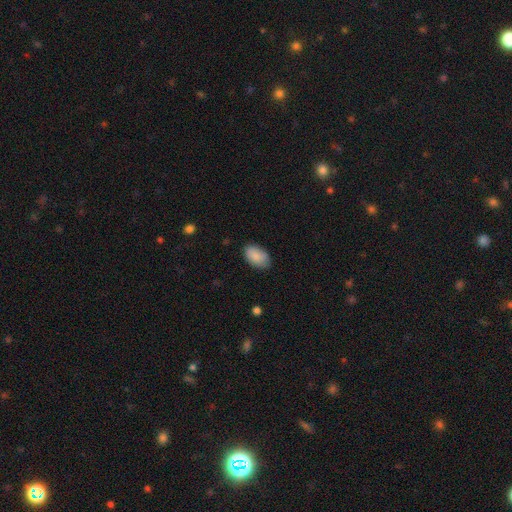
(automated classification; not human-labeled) smooth-or-featured: smooth: 88% | star or artifact: 6% | featured or disk: 6%
  how-rounded: in between: 92% | round: 6% | cigar-shaped: 1%
  merging: none: 77% | minor disturbance: 19% | major disturbance: 3% | merger: 1%